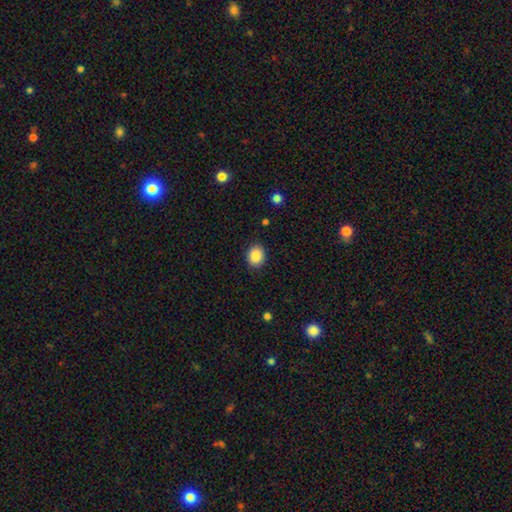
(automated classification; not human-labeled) smooth-or-featured: smooth: 87% | star or artifact: 9% | featured or disk: 4%
  how-rounded: round: 62% | in between: 37% | cigar-shaped: 1%
  merging: none: 88% | minor disturbance: 8% | major disturbance: 2% | merger: 1%